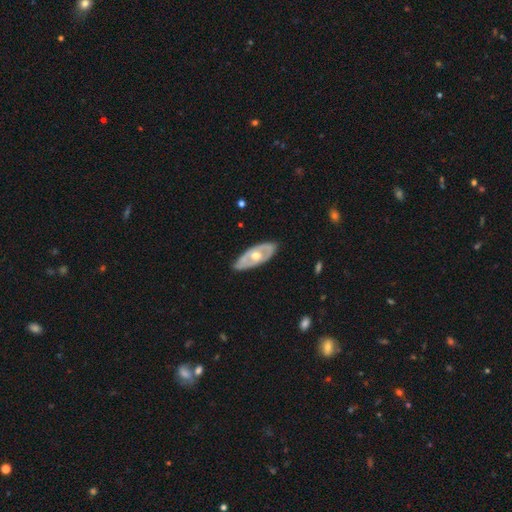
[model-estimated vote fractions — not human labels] The model was most divided on "smooth or featured": featured or disk: 64%, smooth: 31%, star or artifact: 4%. More confident: bar — no (85%); merging — none (81%); edge-on disk — no (79%); bulge size — moderate (78%); spiral arms — no (76%).